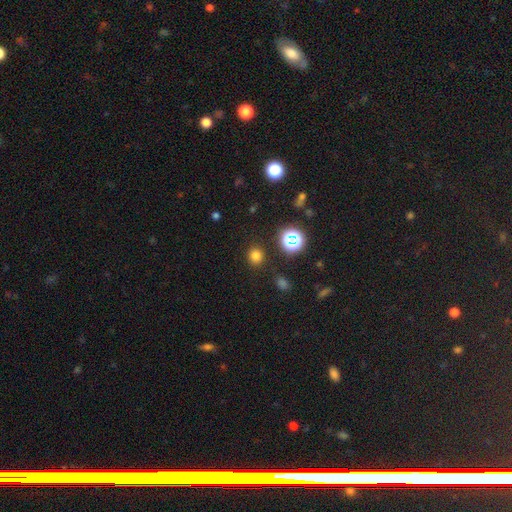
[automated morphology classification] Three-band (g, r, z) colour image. It shows a smooth galaxy with no disk features (75%) that is round (84%). Merging: none (88%).